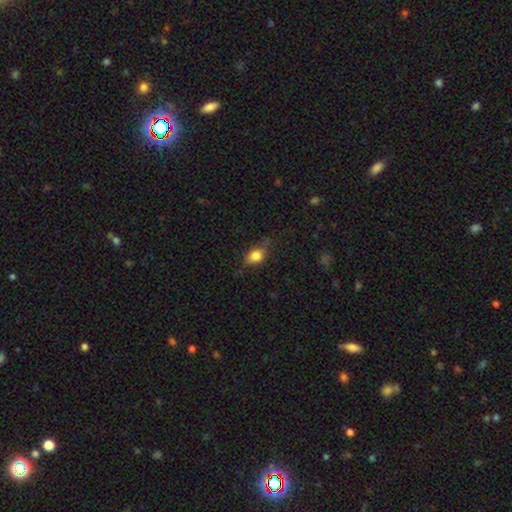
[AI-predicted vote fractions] smooth_or_featured: smooth (p=0.79) [alt: featured or disk p=0.11]
how_rounded: in between (p=0.65) [alt: round p=0.31]
merging: none (p=0.59) [alt: minor disturbance p=0.30]